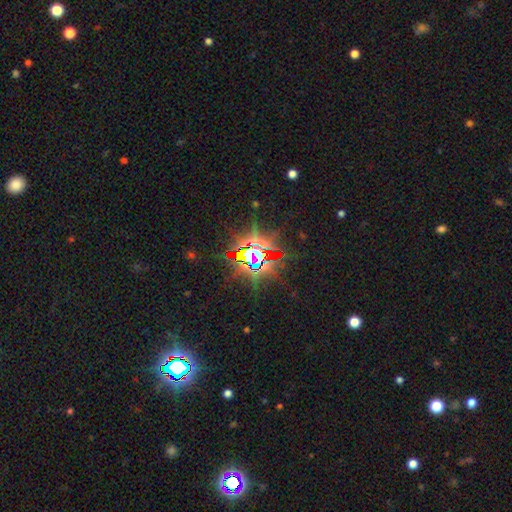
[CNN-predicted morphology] A star or artifact, not a galaxy (84%).

Vote fractions:
- Smooth or featured? star or artifact: 84% / featured or disk: 9% / smooth: 7%